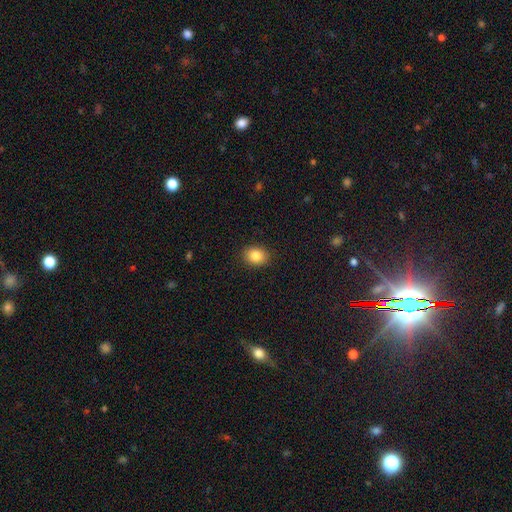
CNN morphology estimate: Q: Smooth or featured?
A: smooth (85%); runner-up: star or artifact (9%)
Q: How rounded?
A: in between (52%); runner-up: round (47%)
Q: Merging?
A: none (90%); runner-up: minor disturbance (7%)